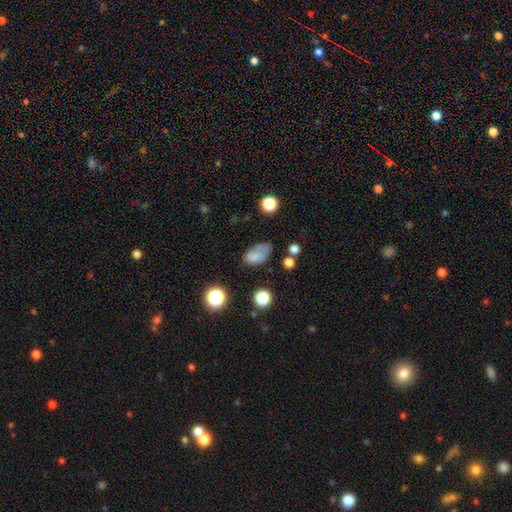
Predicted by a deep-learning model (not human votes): A smooth galaxy with no disk features (71%) that is in between round and cigar-shaped (89%). Merging: none (45%).